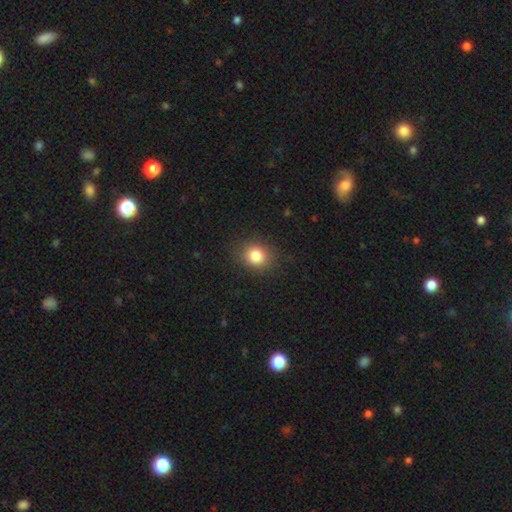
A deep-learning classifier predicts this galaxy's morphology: Smooth or featured? smooth (82%)
How rounded? round (70%)
Merging? none (86%)